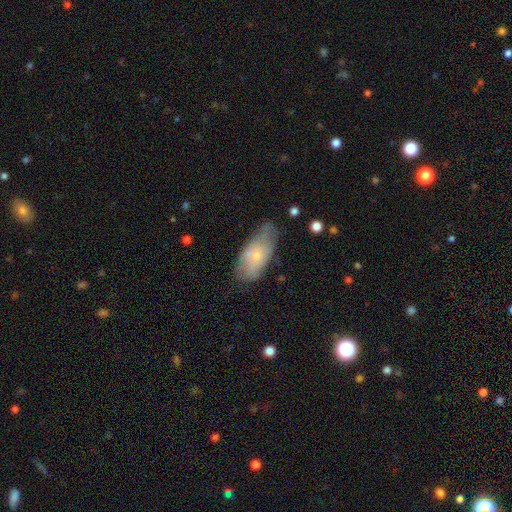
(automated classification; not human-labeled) smooth_or_featured: smooth (p=0.55) [alt: featured or disk p=0.38]
how_rounded: in between (p=0.89) [alt: cigar-shaped p=0.08]
merging: none (p=0.56) [alt: minor disturbance p=0.31]